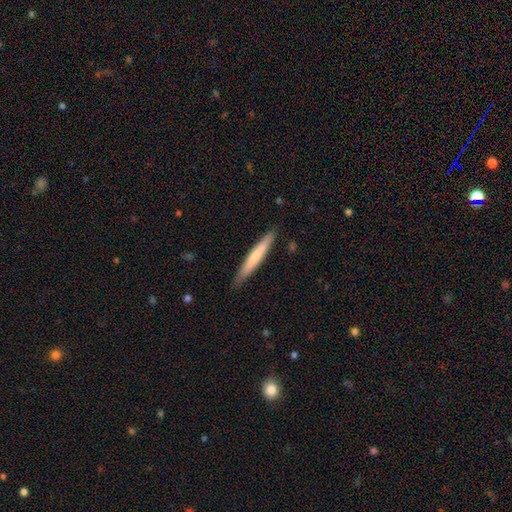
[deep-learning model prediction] smooth-or-featured: smooth: 63% | featured or disk: 32% | star or artifact: 5%
  how-rounded: cigar-shaped: 95% | in between: 4% | round: 1%
  merging: none: 87% | minor disturbance: 11% | major disturbance: 2% | merger: 1%